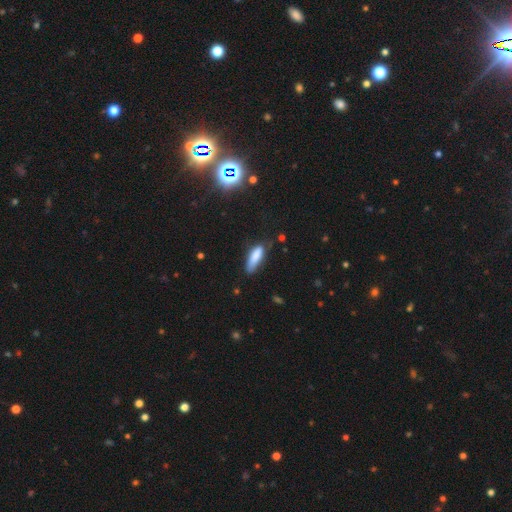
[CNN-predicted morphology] Smooth or featured? smooth (81%)
How rounded? in between (51%)
Merging? none (55%)